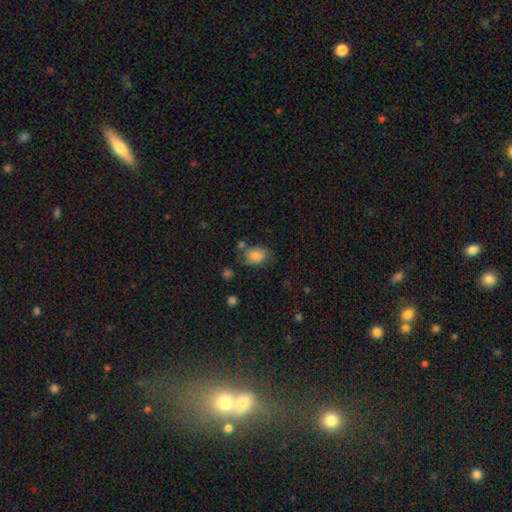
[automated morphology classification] A smooth galaxy with no disk features (82%) that is in between round and cigar-shaped (75%). Merging: none (58%).